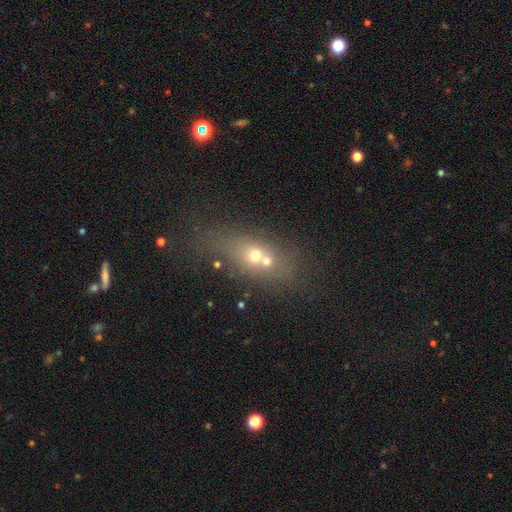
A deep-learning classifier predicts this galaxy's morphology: This appears to be a smooth galaxy with no disk features (53%) that is in between round and cigar-shaped (50%). Merging: merger (53%).